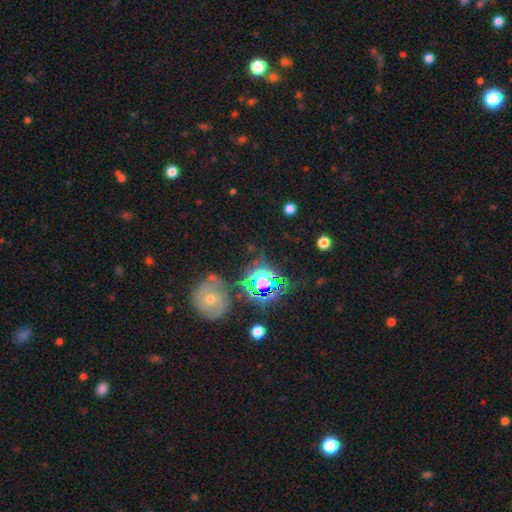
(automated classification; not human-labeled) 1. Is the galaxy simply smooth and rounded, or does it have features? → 63% star or artifact, 21% smooth, 16% featured or disk.